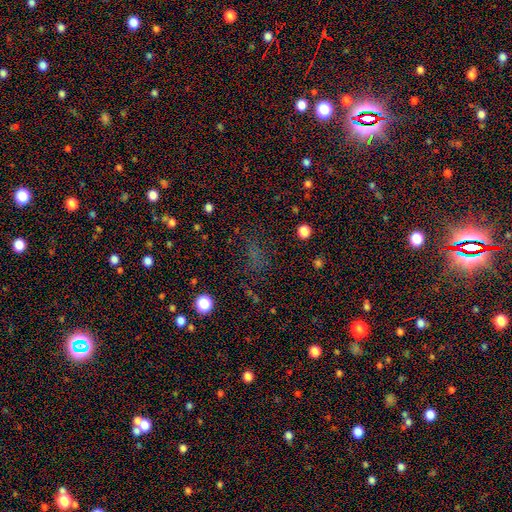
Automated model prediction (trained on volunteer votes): Smooth or featured?
  - star or artifact: 50% *
  - smooth: 41%
  - featured or disk: 9%